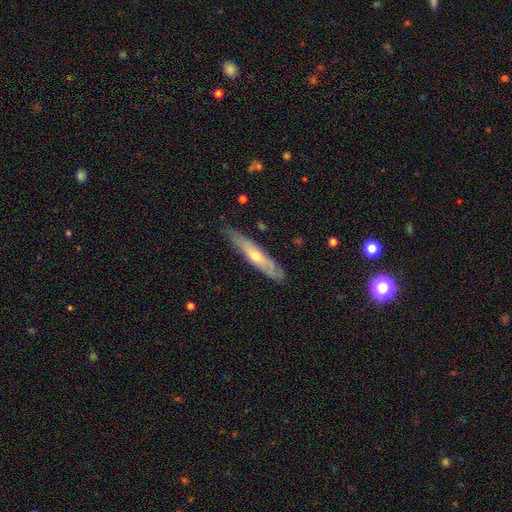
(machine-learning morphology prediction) This is possibly a featured or disk galaxy (52%). It is likely viewed edge-on (74%). Merging: likely none (79%).